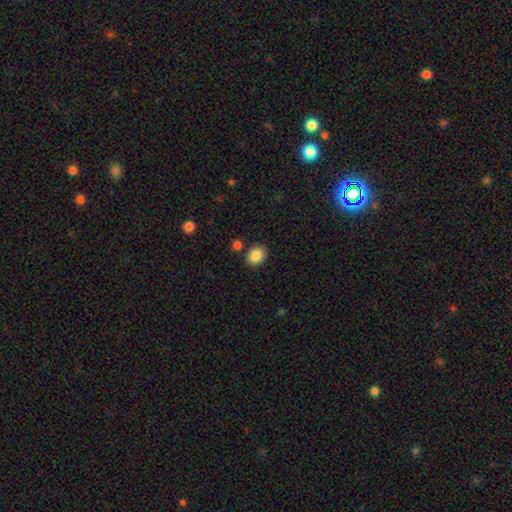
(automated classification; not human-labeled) Smooth or featured?
  - smooth: 87% *
  - star or artifact: 8%
  - featured or disk: 5%
How rounded?
  - in between: 54% *
  - round: 45%
  - cigar-shaped: 1%
Merging?
  - none: 84% *
  - minor disturbance: 9%
  - merger: 4%
  - major disturbance: 3%